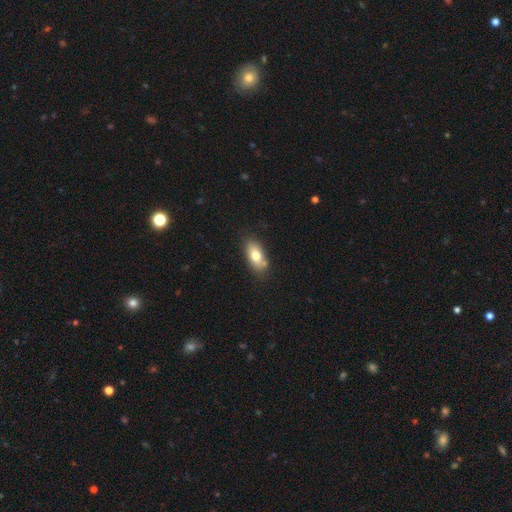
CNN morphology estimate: Smooth or featured? smooth (74%)
How rounded? in between (88%)
Merging? none (72%)